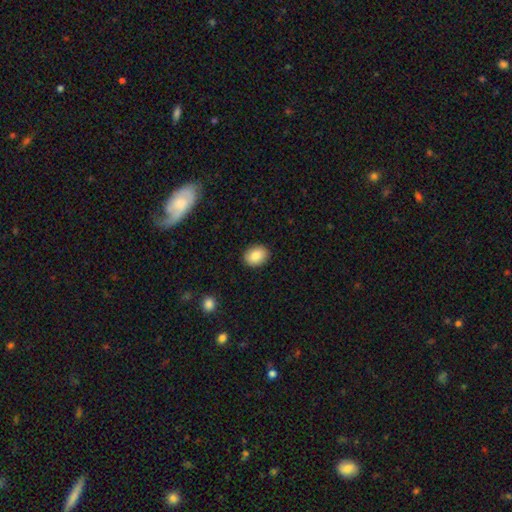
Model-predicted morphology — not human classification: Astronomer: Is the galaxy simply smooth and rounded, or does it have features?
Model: smooth — 85%.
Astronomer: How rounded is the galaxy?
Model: in between — 58% (runner-up: round, 41%).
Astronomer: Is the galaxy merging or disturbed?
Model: none — 90%.